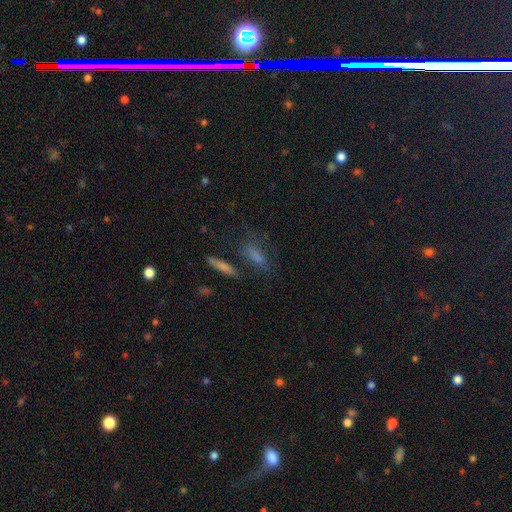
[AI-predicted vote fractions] smooth-or-featured: smooth: 61% | featured or disk: 22% | star or artifact: 17%
  how-rounded: in between: 51% | cigar-shaped: 43% | round: 7%
  merging: none: 59% | minor disturbance: 19% | major disturbance: 12% | merger: 10%